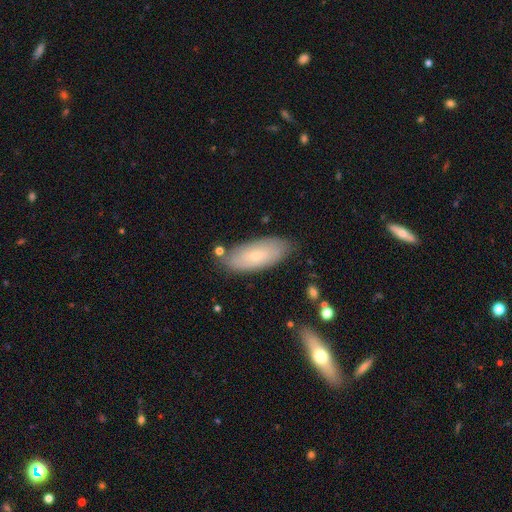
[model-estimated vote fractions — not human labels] Smooth or featured? Predicted: smooth (p=0.57). How rounded? Predicted: in between (p=0.81). Merging? Predicted: none (p=0.78).